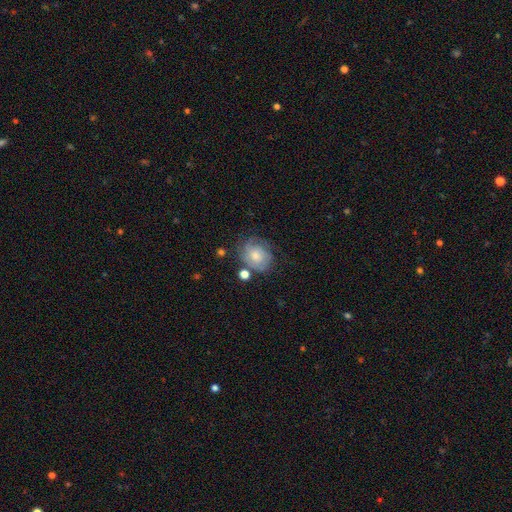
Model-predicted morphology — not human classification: The model was most divided on "bulge size": moderate: 45%, small: 44%, large: 5%, none: 4%, dominant: 2%. More confident: edge-on disk — no (97%); spiral arms — yes (79%); bar — no (78%); merging — none (59%); smooth or featured — featured or disk (52%).